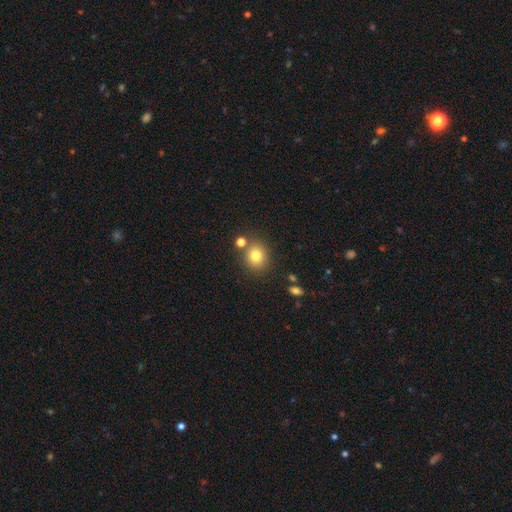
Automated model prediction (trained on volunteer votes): Smooth or featured? smooth (79%)
How rounded? round (72%)
Merging? none (76%)